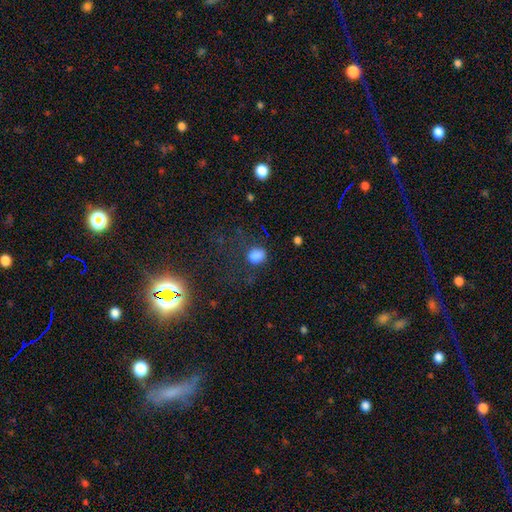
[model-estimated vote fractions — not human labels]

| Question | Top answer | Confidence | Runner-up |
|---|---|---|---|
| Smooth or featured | smooth | 81% | star or artifact (14%) |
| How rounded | round | 58% | in between (41%) |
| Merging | none | 63% | minor disturbance (20%) |